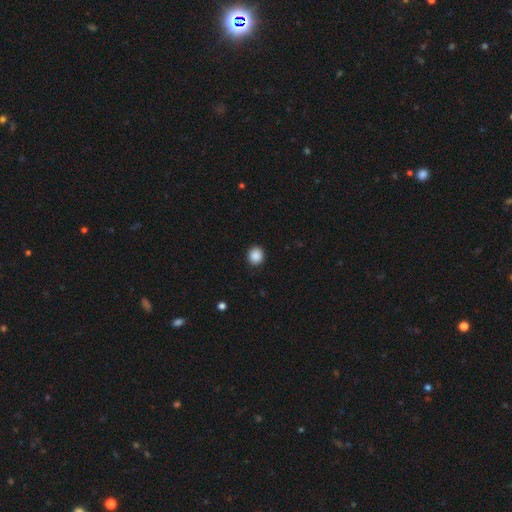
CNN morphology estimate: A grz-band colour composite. It shows a smooth galaxy with no disk features (88%) that is round (88%). Merging: none (92%).